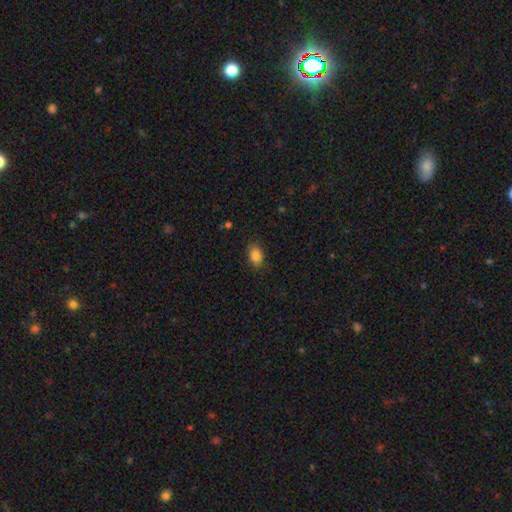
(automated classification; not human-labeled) This is clearly a smooth galaxy (87%). How rounded: clearly in between (85%). Merging: clearly none (85%).